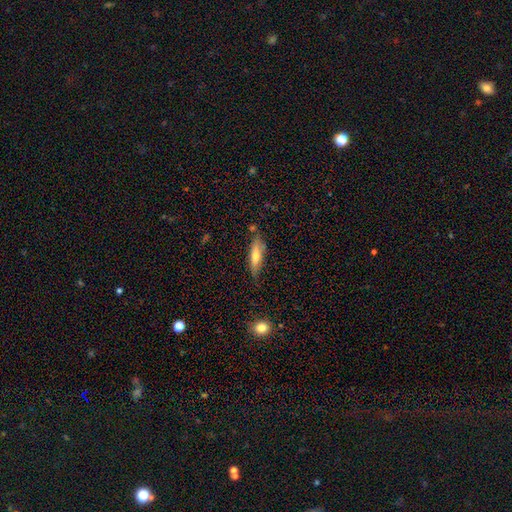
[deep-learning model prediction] Smooth or featured? Predicted: smooth (p=0.58). How rounded? Predicted: cigar-shaped (p=0.69). Merging? Predicted: none (p=0.71).